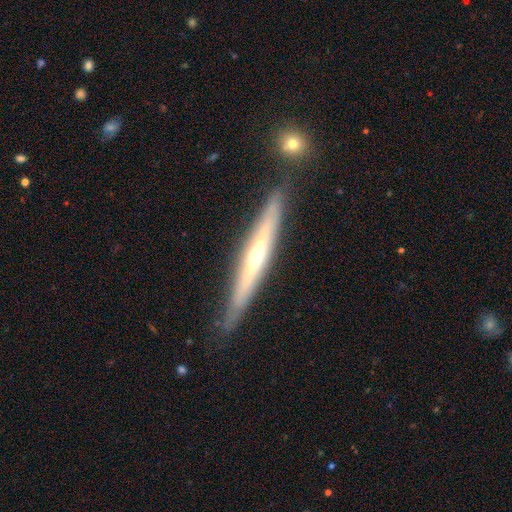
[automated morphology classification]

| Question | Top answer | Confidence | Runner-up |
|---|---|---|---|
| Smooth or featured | featured or disk | 71% | smooth (23%) |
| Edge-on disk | yes | 93% | no (7%) |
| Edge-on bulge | rounded | 69% | none (25%) |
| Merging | none | 83% | minor disturbance (12%) |